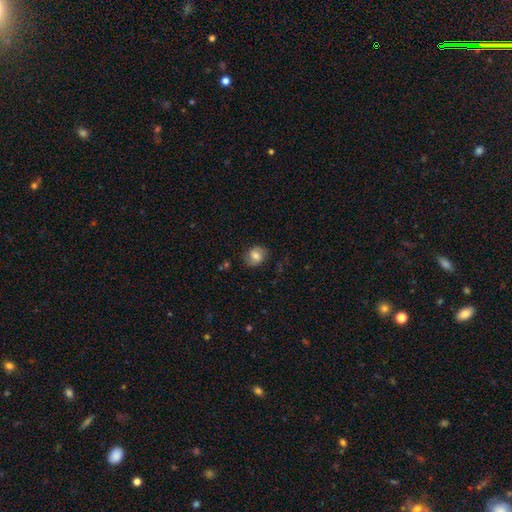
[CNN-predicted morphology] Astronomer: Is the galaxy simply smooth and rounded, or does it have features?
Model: smooth — 71%.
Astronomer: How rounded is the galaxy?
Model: round — 58% (runner-up: in between, 41%).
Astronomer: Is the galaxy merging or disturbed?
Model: none — 78%.